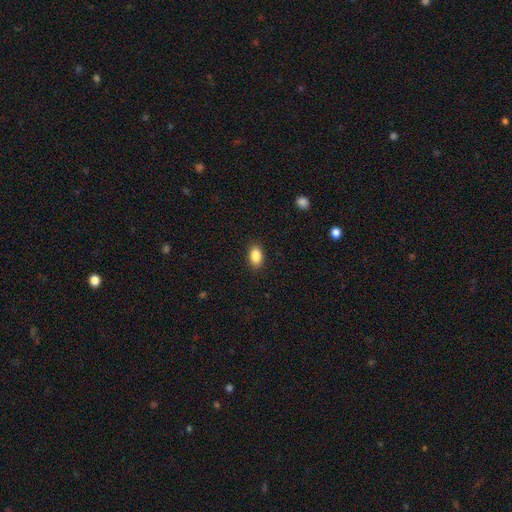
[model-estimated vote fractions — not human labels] A smooth galaxy with no disk features (87%) that is in between round and cigar-shaped (88%). Merging: none (88%).